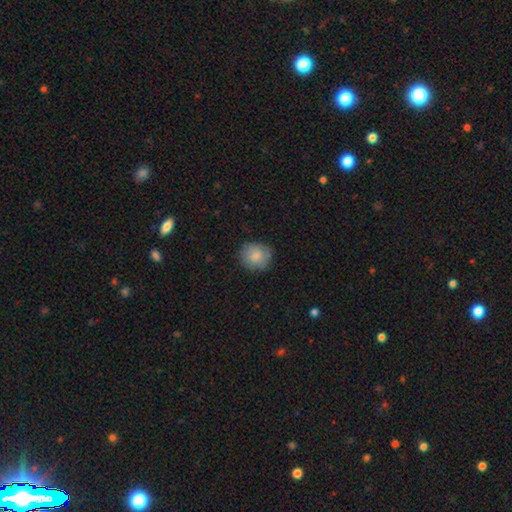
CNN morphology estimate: smooth-or-featured: smooth: 82% | featured or disk: 10% | star or artifact: 7%
  how-rounded: round: 85% | in between: 14% | cigar-shaped: 1%
  merging: none: 80% | minor disturbance: 16% | major disturbance: 4% | merger: 1%